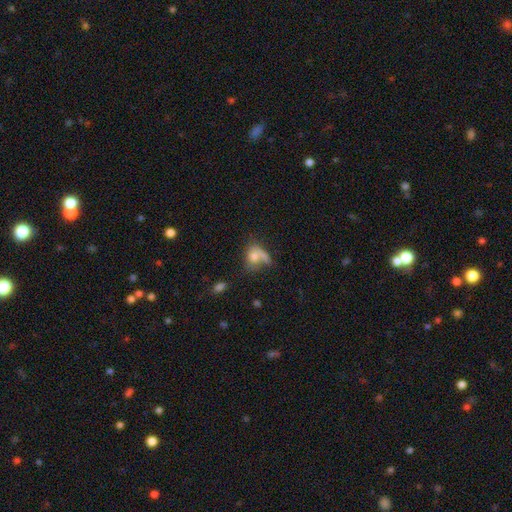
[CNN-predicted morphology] The model was most divided on "merging": none: 34%, merger: 30%, major disturbance: 21%, minor disturbance: 15%. More confident: smooth or featured — smooth (70%); how rounded — in between (58%).